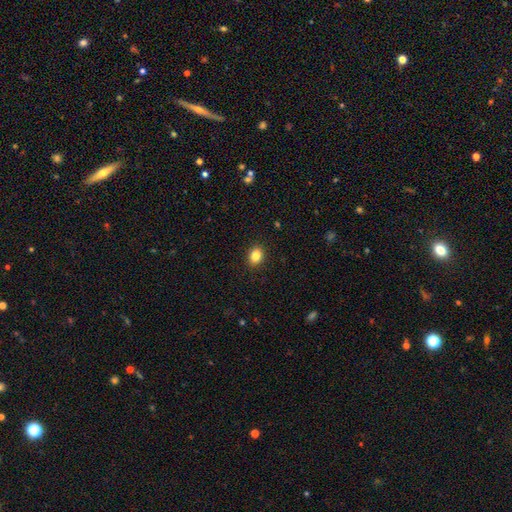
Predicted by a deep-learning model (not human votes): Smooth or featured? Predicted: smooth (p=0.85). How rounded? Predicted: in between (p=0.60). Merging? Predicted: none (p=0.91).